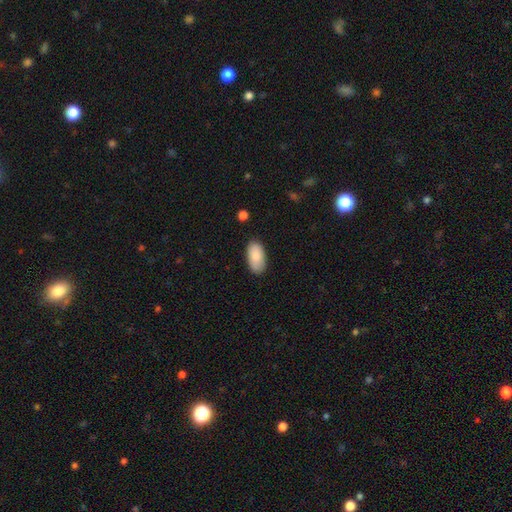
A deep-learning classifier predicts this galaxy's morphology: smooth-or-featured: smooth: 86% | featured or disk: 8% | star or artifact: 6%
  how-rounded: in between: 95% | cigar-shaped: 3% | round: 2%
  merging: none: 84% | minor disturbance: 12% | major disturbance: 2% | merger: 1%